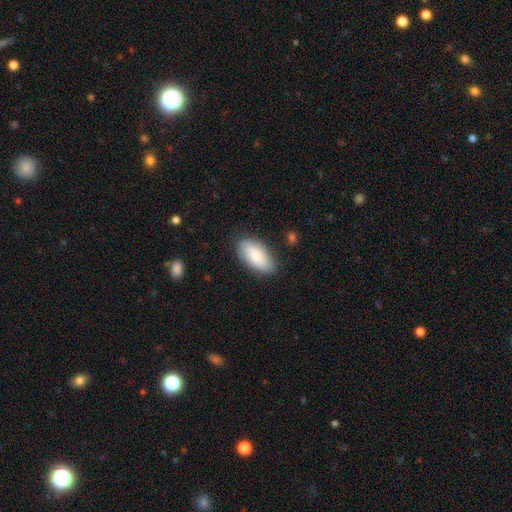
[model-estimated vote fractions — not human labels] smooth-or-featured: smooth: 84% | featured or disk: 10% | star or artifact: 6%
  how-rounded: in between: 92% | cigar-shaped: 5% | round: 2%
  merging: none: 82% | minor disturbance: 13% | major disturbance: 3% | merger: 1%